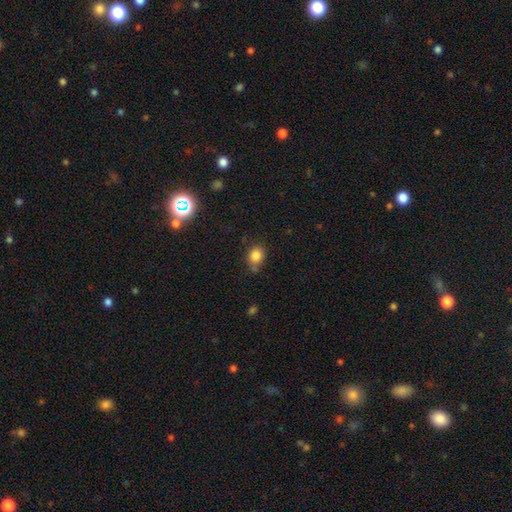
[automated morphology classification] smooth 83%, star or artifact 11%, featured or disk 6%. Down the decision tree: how rounded — round (59%); merging — none (67%).